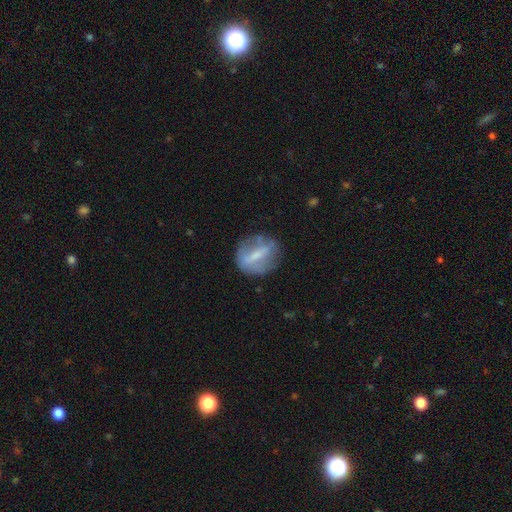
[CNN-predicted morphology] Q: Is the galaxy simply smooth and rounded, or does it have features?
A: featured or disk — 54%.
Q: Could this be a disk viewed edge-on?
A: no — 88%.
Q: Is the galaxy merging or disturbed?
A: none — 70%.